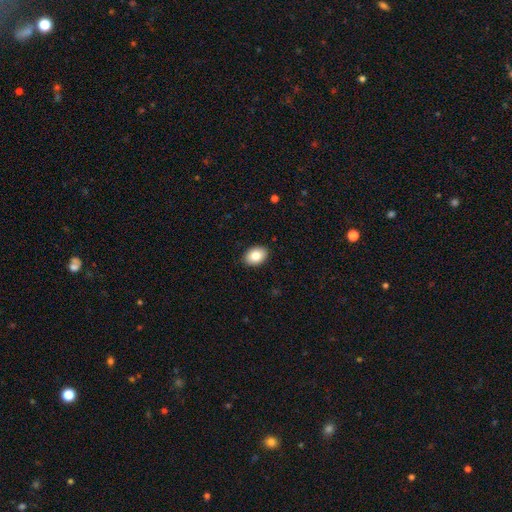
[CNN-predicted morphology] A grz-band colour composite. It shows a smooth galaxy with no disk features (84%) that is in between round and cigar-shaped (78%). Merging: none (90%).